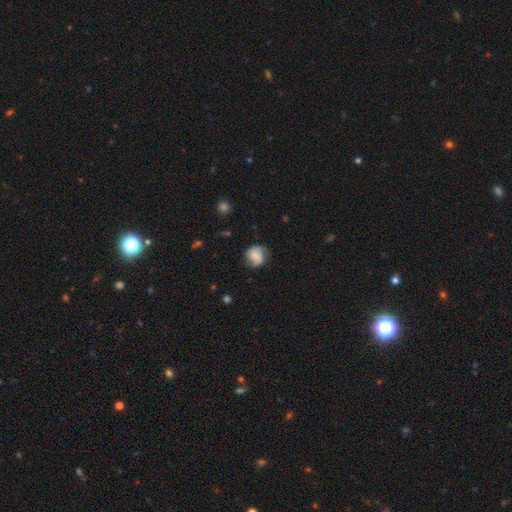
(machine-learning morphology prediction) featured or disk 52%, smooth 40%, star or artifact 8%. Down the decision tree: edge-on disk — no (98%); bar — no (56%); spiral arms — yes (89%); bulge size — none (35%); merging — none (63%).